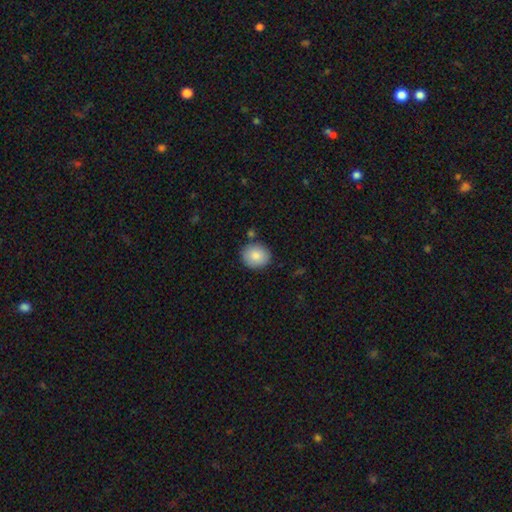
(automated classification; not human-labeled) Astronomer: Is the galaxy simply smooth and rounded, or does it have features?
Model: smooth — 86%.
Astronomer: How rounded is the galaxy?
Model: round — 77%.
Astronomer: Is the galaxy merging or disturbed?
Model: none — 84%.